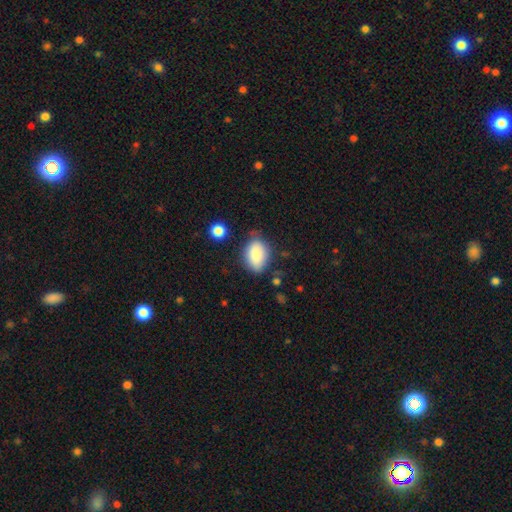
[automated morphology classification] A smooth galaxy with no disk features (86%) that is in between round and cigar-shaped (85%). Merging: none (65%).